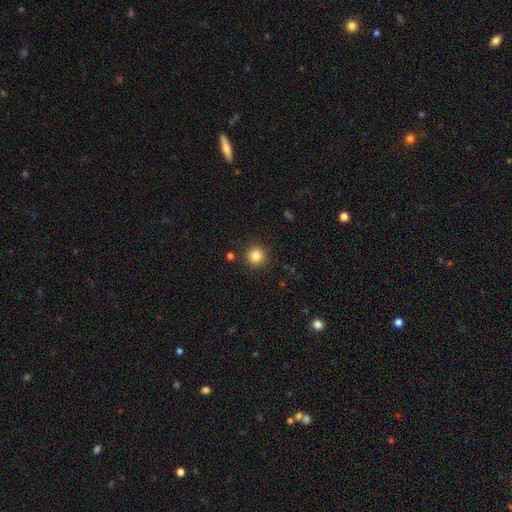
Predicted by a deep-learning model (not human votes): A smooth galaxy with no disk features (84%) that is round (94%). Merging: none (89%).